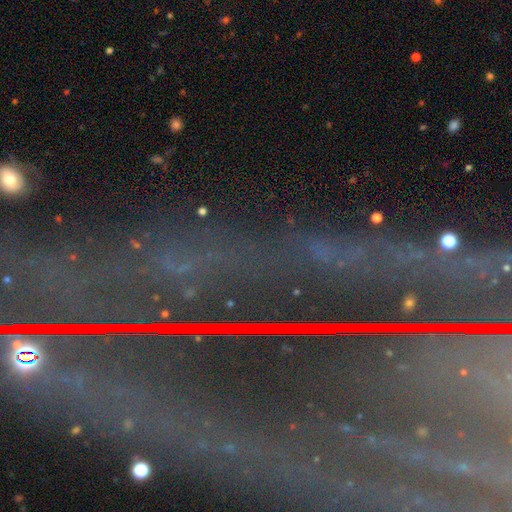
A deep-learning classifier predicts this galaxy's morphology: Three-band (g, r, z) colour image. It shows a star or artifact, not a galaxy (82%).